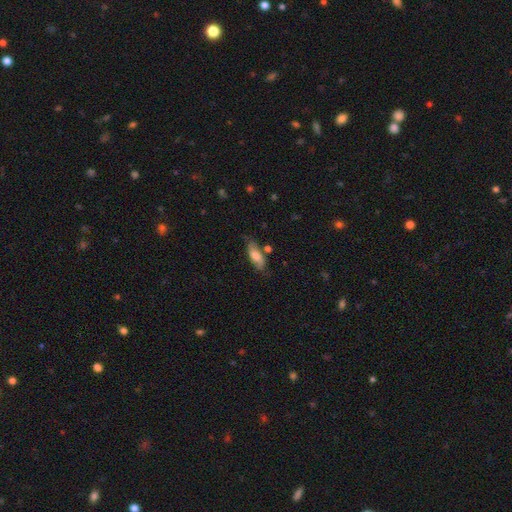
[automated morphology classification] A smooth galaxy with no disk features (72%) that is in between round and cigar-shaped (70%). Merging: none (66%).